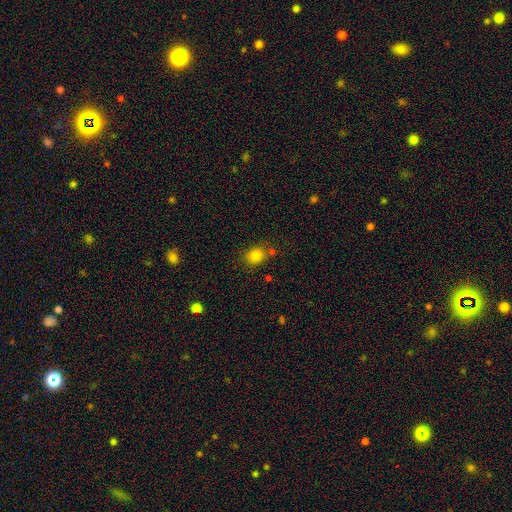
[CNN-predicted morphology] Q: Smooth or featured?
A: smooth (82%); runner-up: star or artifact (12%)
Q: How rounded?
A: round (65%); runner-up: in between (34%)
Q: Merging?
A: none (73%); runner-up: minor disturbance (13%)